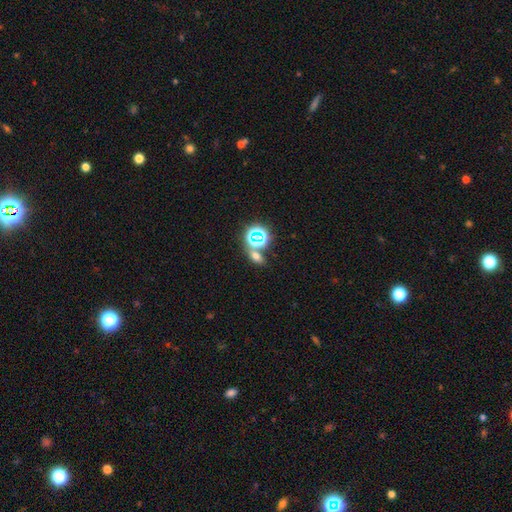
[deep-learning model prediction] Overall: smooth (53%; star or artifact 36%). How rounded: in between (66%; round 29%). Merging: none (65%).